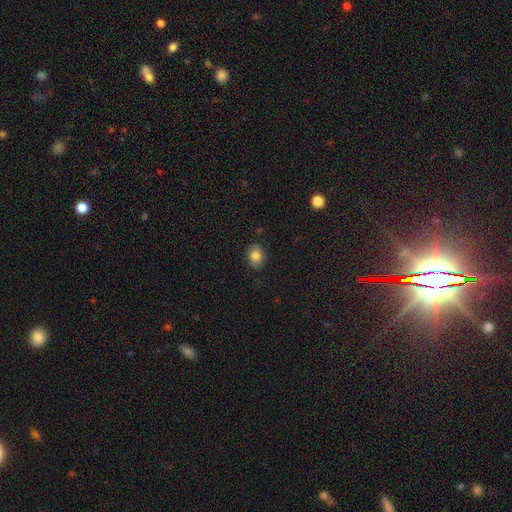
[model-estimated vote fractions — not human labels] Smooth or featured? Predicted: smooth (p=0.82). How rounded? Predicted: in between (p=0.60). Merging? Predicted: none (p=0.83).